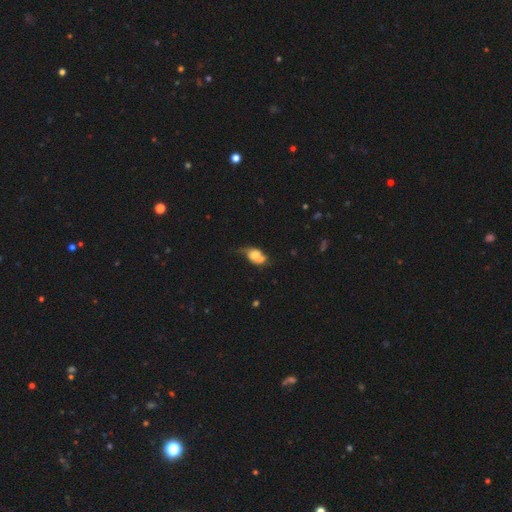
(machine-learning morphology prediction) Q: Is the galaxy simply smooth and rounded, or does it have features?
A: smooth — 53%.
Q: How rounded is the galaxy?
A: in between — 70%.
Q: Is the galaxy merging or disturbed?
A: merger — 41%.